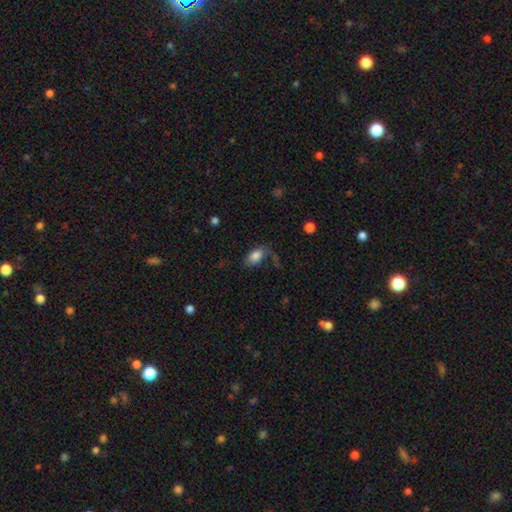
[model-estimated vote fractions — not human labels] A smooth galaxy with no disk features (81%) that is in between round and cigar-shaped (91%). Merging: none (53%).